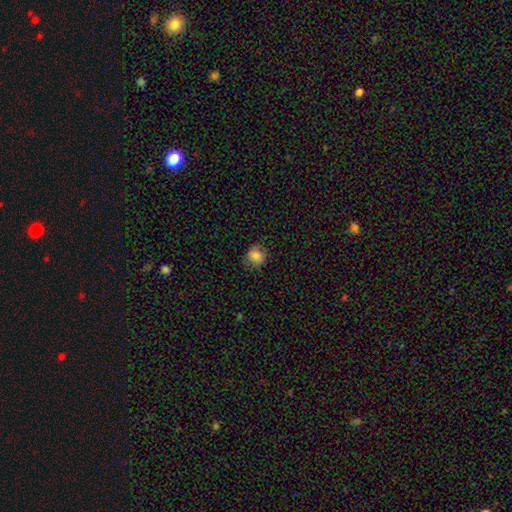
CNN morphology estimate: This is clearly a smooth galaxy (83%). How rounded: likely round (77%). Merging: likely none (76%).